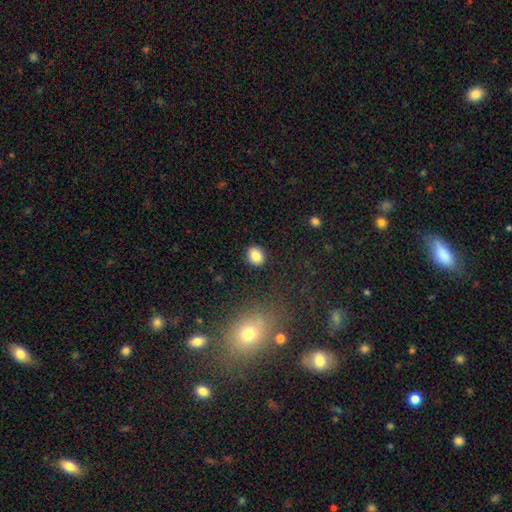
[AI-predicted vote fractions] Smooth or featured? Predicted: smooth (p=0.85). How rounded? Predicted: round (p=0.62). Merging? Predicted: none (p=0.89).